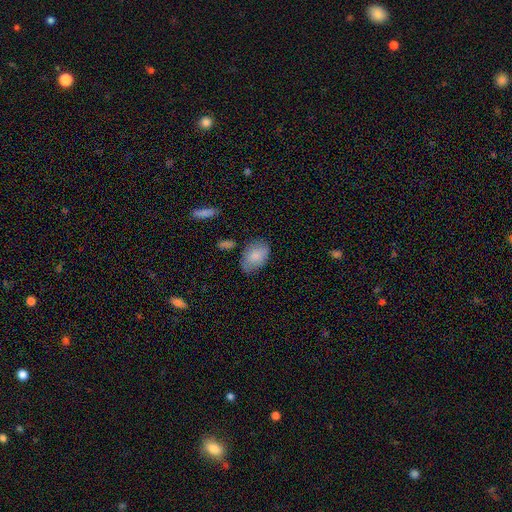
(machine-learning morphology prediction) A smooth galaxy with no disk features (83%) that is in between round and cigar-shaped (88%). Merging: none (69%).